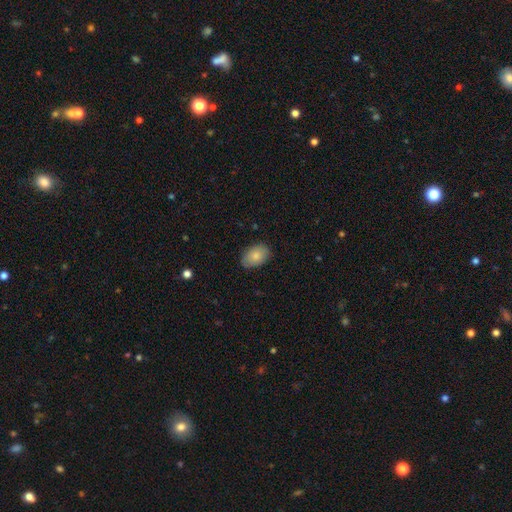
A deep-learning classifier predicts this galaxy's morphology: smooth-or-featured: smooth: 82% | featured or disk: 11% | star or artifact: 7%
  how-rounded: in between: 88% | round: 11% | cigar-shaped: 1%
  merging: none: 83% | minor disturbance: 14% | major disturbance: 2% | merger: 1%